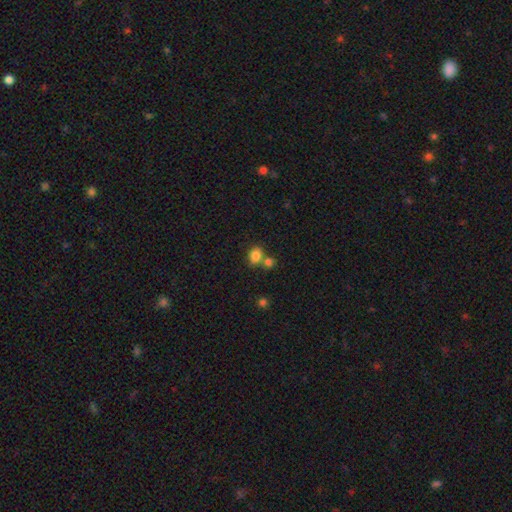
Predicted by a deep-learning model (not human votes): Smooth or featured?
  - smooth: 82% *
  - star or artifact: 11%
  - featured or disk: 6%
How rounded?
  - in between: 52% *
  - round: 47%
  - cigar-shaped: 1%
Merging?
  - none: 57% *
  - merger: 30%
  - minor disturbance: 10%
  - major disturbance: 3%